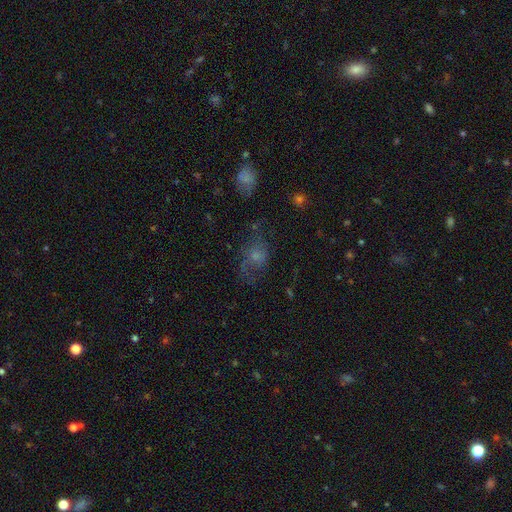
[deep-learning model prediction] Smooth or featured? Predicted: smooth (p=0.45). Merging? Predicted: none (p=0.46).